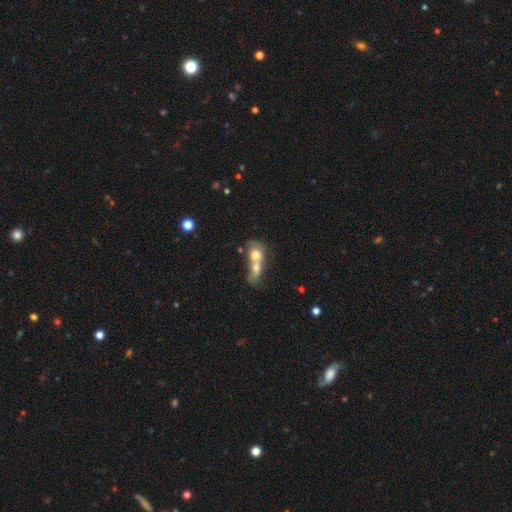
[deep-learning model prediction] Morphology: type=smooth (65%); roundness=in between (49%); merging=merger (81%).